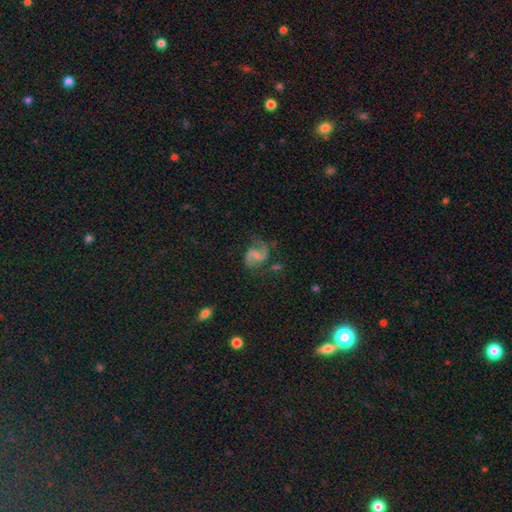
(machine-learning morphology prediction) A featured or disk galaxy (83%) with a weak bar (49%), 2 (92%) medium (50%) spiral arms (96%) and no central bulge (47%). Merging: none (67%).